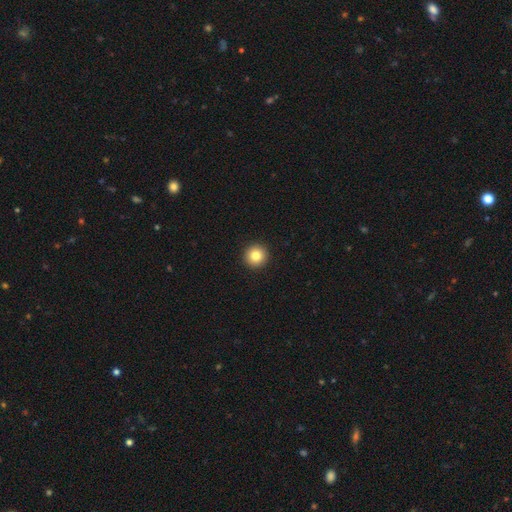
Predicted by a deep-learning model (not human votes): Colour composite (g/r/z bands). It shows a smooth galaxy with no disk features (82%) that is round (96%). Merging: none (94%).